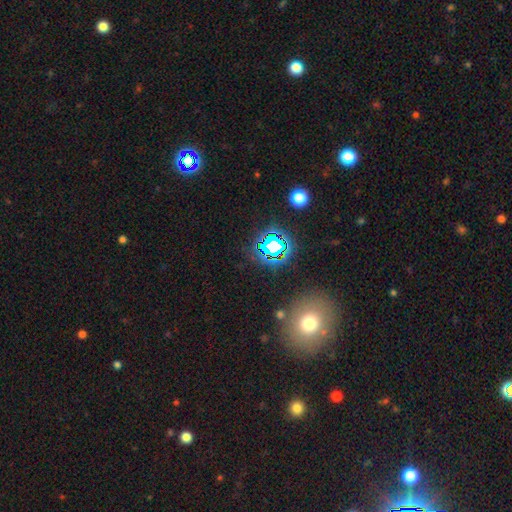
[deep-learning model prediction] The model was most divided on "smooth or featured": star or artifact: 48%, smooth: 38%, featured or disk: 14%.